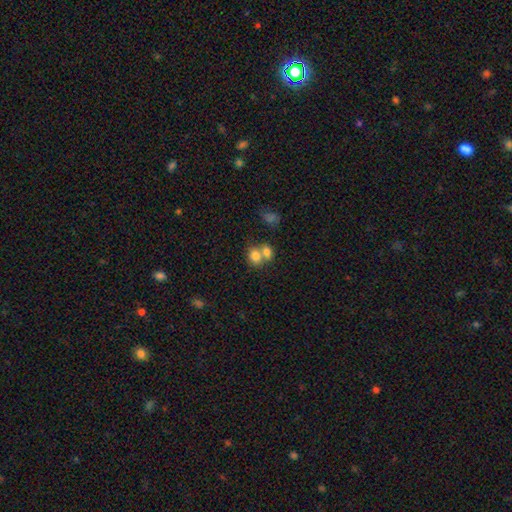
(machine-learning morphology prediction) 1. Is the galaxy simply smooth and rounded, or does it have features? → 78% smooth, 12% featured or disk, 10% star or artifact.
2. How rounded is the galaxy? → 52% round, 47% in between, 1% cigar-shaped.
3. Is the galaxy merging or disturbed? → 61% merger, 29% none, 7% minor disturbance, 3% major disturbance.